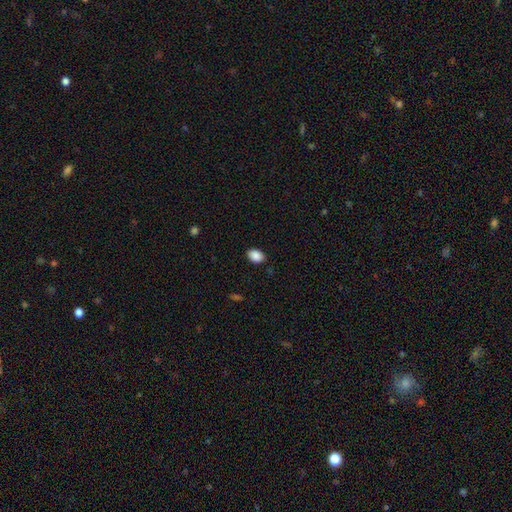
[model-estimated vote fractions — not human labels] Smooth or featured? Predicted: smooth (p=0.89). How rounded? Predicted: in between (p=0.82). Merging? Predicted: none (p=0.87).